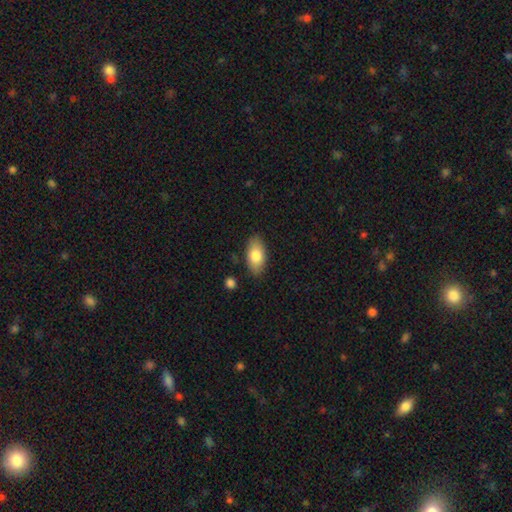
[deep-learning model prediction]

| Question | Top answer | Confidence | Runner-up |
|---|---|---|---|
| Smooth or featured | smooth | 80% | featured or disk (14%) |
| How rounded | in between | 92% | cigar-shaped (4%) |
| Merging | none | 85% | minor disturbance (11%) |